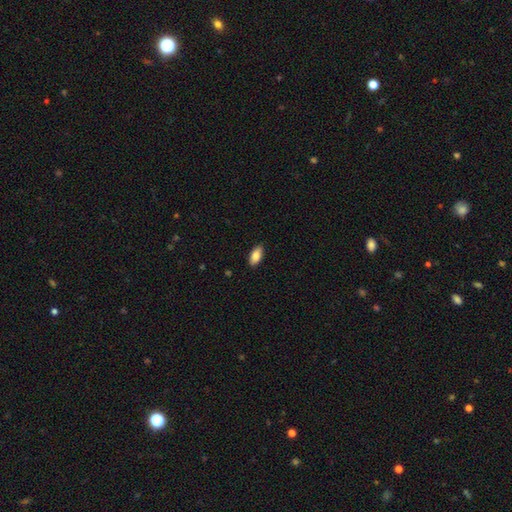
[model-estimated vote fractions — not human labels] smooth-or-featured: smooth: 84% | featured or disk: 9% | star or artifact: 6%
  how-rounded: in between: 91% | cigar-shaped: 7% | round: 2%
  merging: none: 88% | minor disturbance: 9% | major disturbance: 2% | merger: 1%